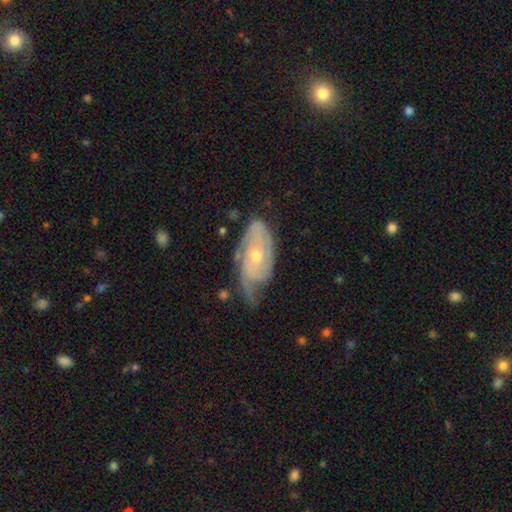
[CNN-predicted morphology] Smooth or featured? Predicted: featured or disk (p=0.75). Edge-on disk? Predicted: no (p=0.93). Bar? Predicted: no (p=0.76). Spiral arms? Predicted: yes (p=0.88). Spiral winding? Predicted: tight (p=0.60). Spiral arm count? Predicted: can't tell (p=0.37). Bulge size? Predicted: small (p=0.55). Merging? Predicted: none (p=0.49).